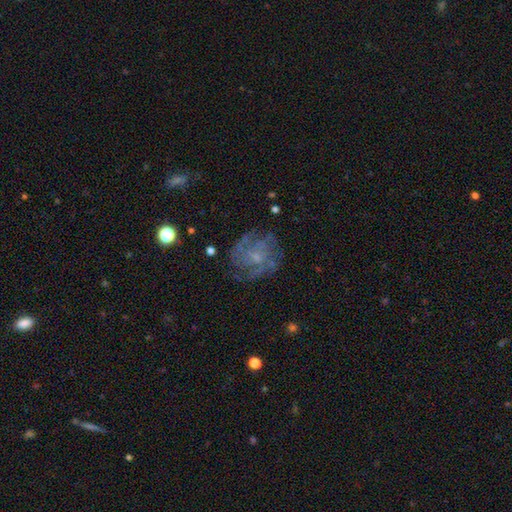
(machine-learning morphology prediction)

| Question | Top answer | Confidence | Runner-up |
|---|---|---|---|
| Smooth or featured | featured or disk | 69% | smooth (20%) |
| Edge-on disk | no | 98% | yes (2%) |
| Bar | no | 73% | weak (24%) |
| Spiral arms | yes | 74% | no (26%) |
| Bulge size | small | 53% | moderate (23%) |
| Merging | none | 66% | minor disturbance (18%) |